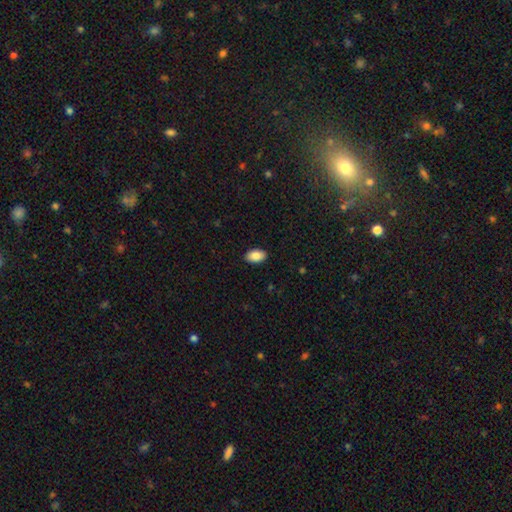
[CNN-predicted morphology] Smooth or featured? Predicted: smooth (p=0.88). How rounded? Predicted: in between (p=0.93). Merging? Predicted: none (p=0.90).